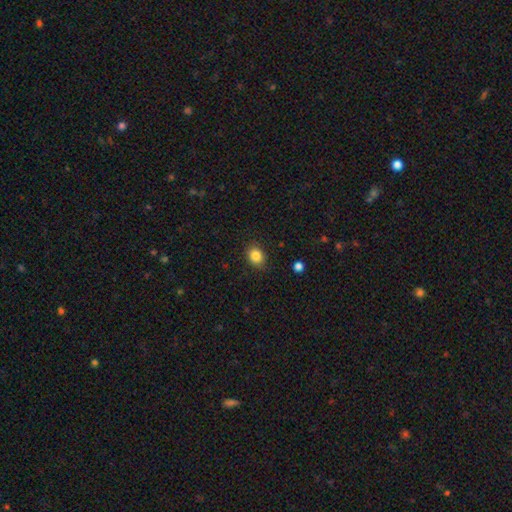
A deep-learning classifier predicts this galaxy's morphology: smooth 85%, star or artifact 10%, featured or disk 5%. Down the decision tree: how rounded — in between (50%); merging — none (86%).